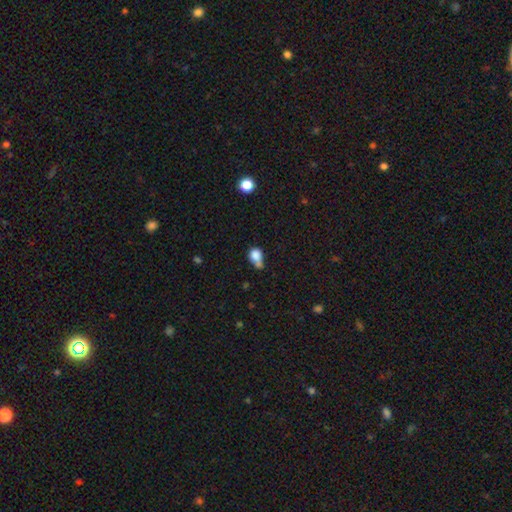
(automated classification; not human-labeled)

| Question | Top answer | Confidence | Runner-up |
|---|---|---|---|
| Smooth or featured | smooth | 80% | star or artifact (11%) |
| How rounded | round | 53% | in between (45%) |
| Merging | none | 31% | minor disturbance (30%) |